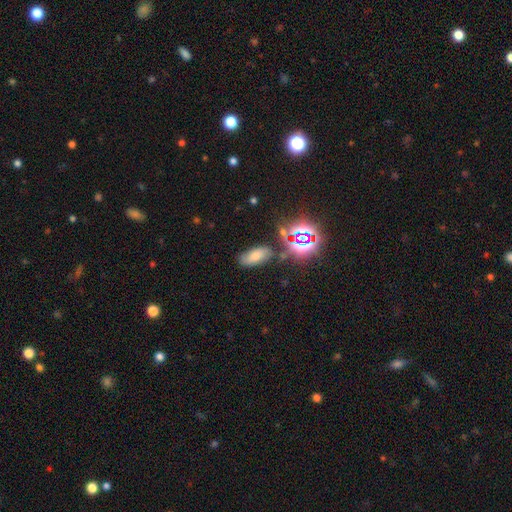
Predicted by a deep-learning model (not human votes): smooth_or_featured: smooth (p=0.63) [alt: star or artifact p=0.23]
how_rounded: in between (p=0.85) [alt: cigar-shaped p=0.09]
merging: none (p=0.76) [alt: minor disturbance p=0.14]